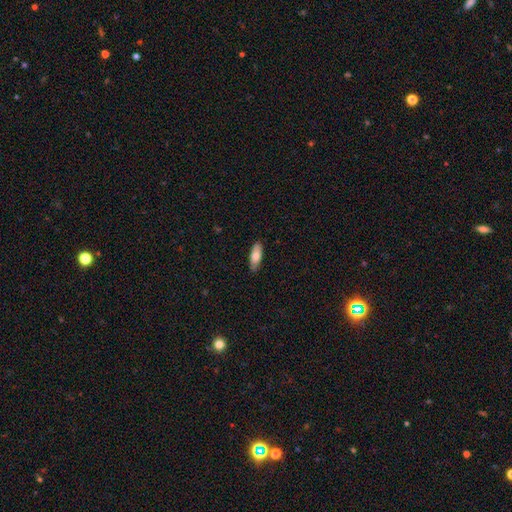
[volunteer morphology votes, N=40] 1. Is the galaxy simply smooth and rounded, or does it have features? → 72% smooth, 25% featured or disk, 2% star or artifact.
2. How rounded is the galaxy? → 69% in between, 24% cigar-shaped, 7% round.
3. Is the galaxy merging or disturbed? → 82% none, 13% minor disturbance, 5% merger, 0% major disturbance.